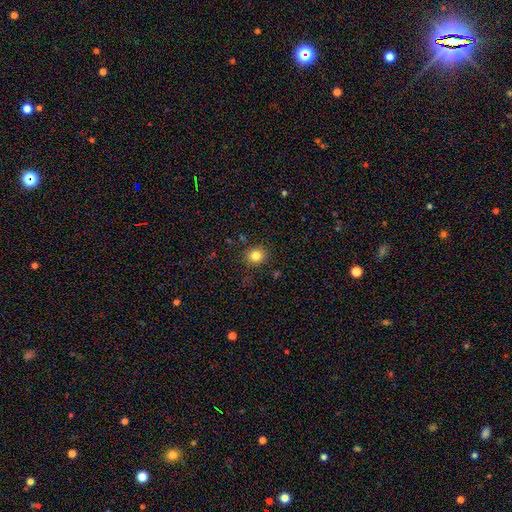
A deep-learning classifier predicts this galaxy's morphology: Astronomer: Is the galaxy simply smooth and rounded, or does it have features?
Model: smooth — 81%.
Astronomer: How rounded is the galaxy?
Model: round — 79%.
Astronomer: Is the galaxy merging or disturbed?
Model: none — 85%.